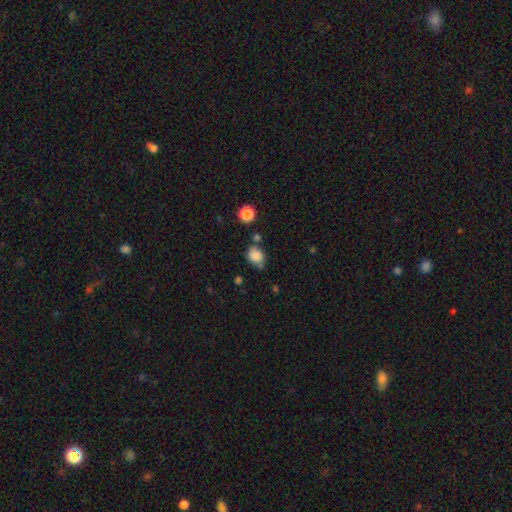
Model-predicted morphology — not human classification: A smooth galaxy with no disk features (81%) that is round (62%).

Vote fractions:
- Smooth or featured? smooth: 81% / star or artifact: 11% / featured or disk: 8%
- How rounded? round: 62% / in between: 37% / cigar-shaped: 1%
- Merging? none: 56% / minor disturbance: 24% / merger: 14% / major disturbance: 7%